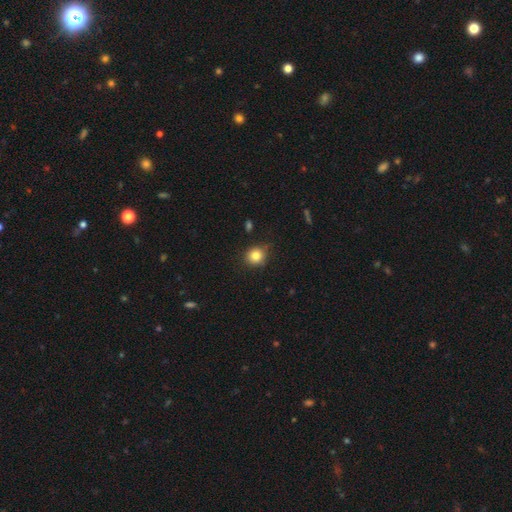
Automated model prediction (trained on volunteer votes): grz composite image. It shows a smooth galaxy with no disk features (82%) that is round (83%). Merging: none (80%).